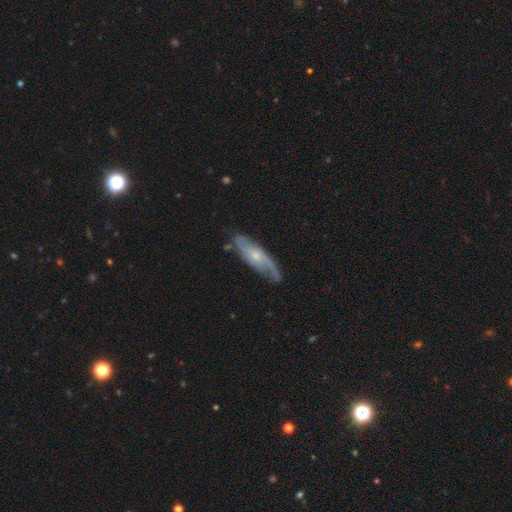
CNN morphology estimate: The model was most divided on "bulge size": small: 61%, moderate: 32%, none: 4%, large: 2%, dominant: 1%. More confident: spiral arms — yes (89%); edge-on disk — no (77%); merging — none (72%); bar — no (70%); smooth or featured — featured or disk (70%).